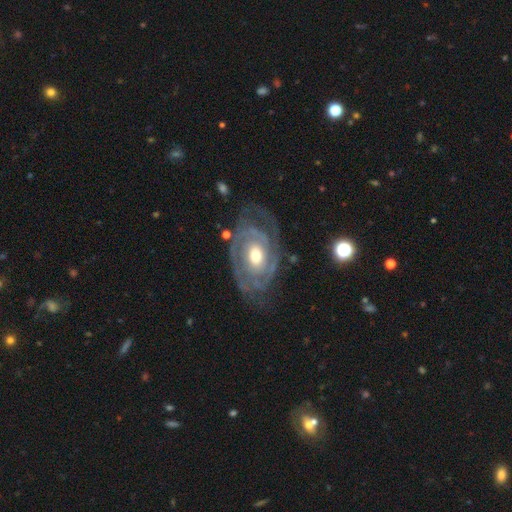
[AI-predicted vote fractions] Smooth or featured: featured or disk — 89% (smooth — 6%)
Edge-on disk: no — 96% (yes — 4%)
Bar: no — 67% (weak — 24%)
Spiral arms: yes — 94% (no — 6%)
Spiral winding: tight — 69% (medium — 25%)
Spiral arm count: 2 — 42% (can't tell — 24%)
Bulge size: moderate — 68% (small — 22%)
Merging: none — 69% (minor disturbance — 18%)